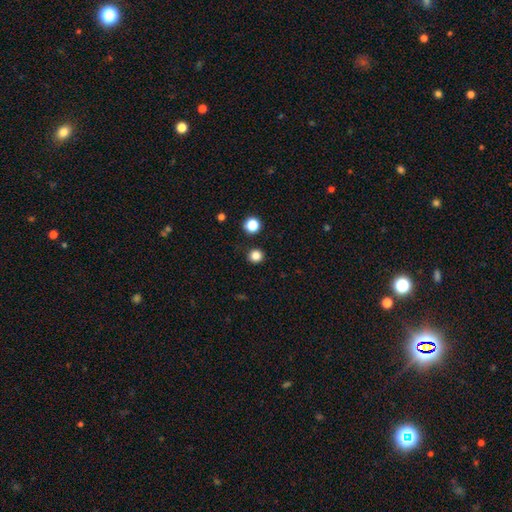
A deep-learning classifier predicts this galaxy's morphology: Smooth or featured?
  - smooth: 83% *
  - star or artifact: 14%
  - featured or disk: 3%
How rounded?
  - round: 94% *
  - in between: 5%
  - cigar-shaped: 1%
Merging?
  - none: 91% *
  - minor disturbance: 5%
  - merger: 2%
  - major disturbance: 2%